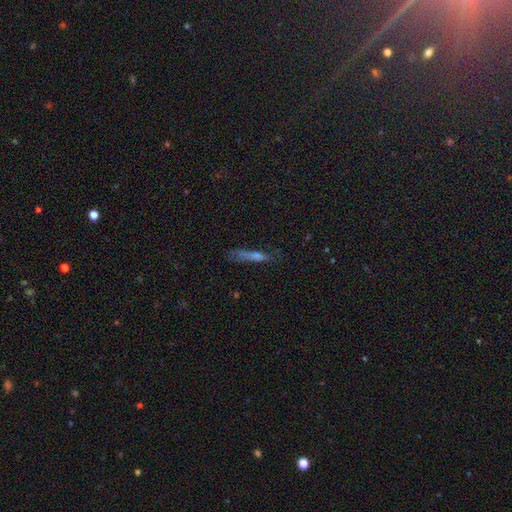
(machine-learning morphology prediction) A smooth galaxy with no disk features (52%) that is cigar-shaped (89%).

Vote fractions:
- Smooth or featured? smooth: 52% / featured or disk: 33% / star or artifact: 16%
- How rounded? cigar-shaped: 89% / in between: 9% / round: 3%
- Merging? none: 68% / minor disturbance: 21% / major disturbance: 8% / merger: 3%